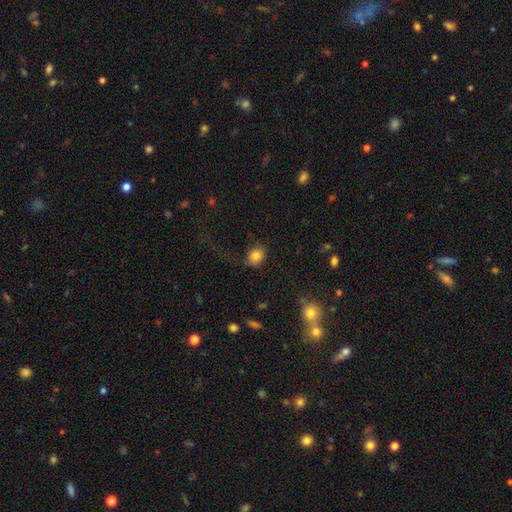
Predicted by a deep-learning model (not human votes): Morphology: type=smooth (82%); roundness=round (53%); merging=none (63%).